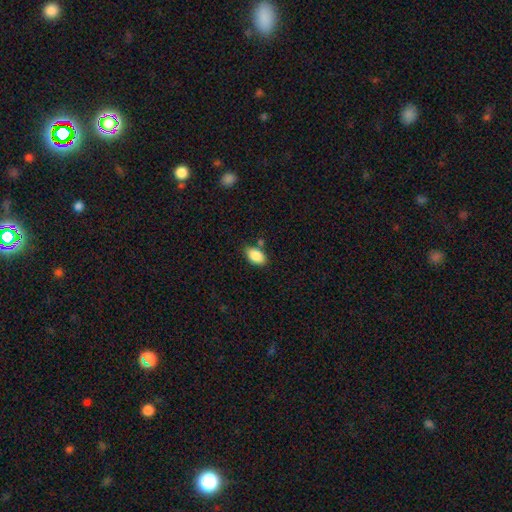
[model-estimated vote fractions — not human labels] smooth-or-featured: smooth: 88% | star or artifact: 7% | featured or disk: 5%
  how-rounded: in between: 92% | round: 6% | cigar-shaped: 2%
  merging: none: 74% | minor disturbance: 16% | merger: 6% | major disturbance: 3%